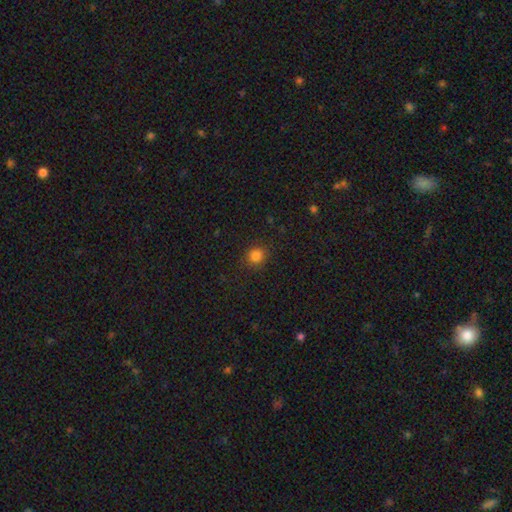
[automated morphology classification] Smooth or featured?
  - smooth: 83% *
  - star or artifact: 13%
  - featured or disk: 4%
How rounded?
  - round: 84% *
  - in between: 15%
  - cigar-shaped: 1%
Merging?
  - none: 87% *
  - minor disturbance: 9%
  - major disturbance: 3%
  - merger: 1%